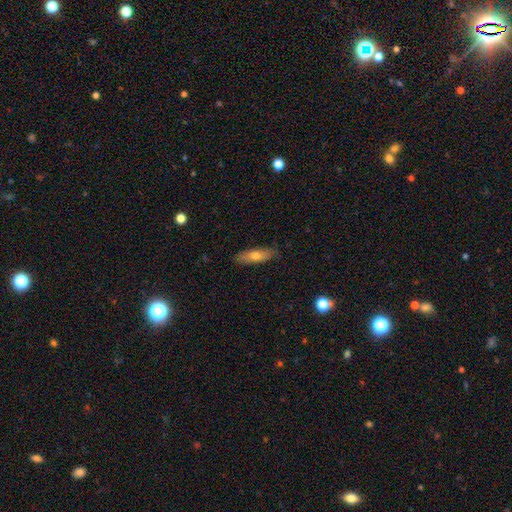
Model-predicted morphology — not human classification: type=smooth (66%); roundness=cigar-shaped (55%); merging=none (86%).